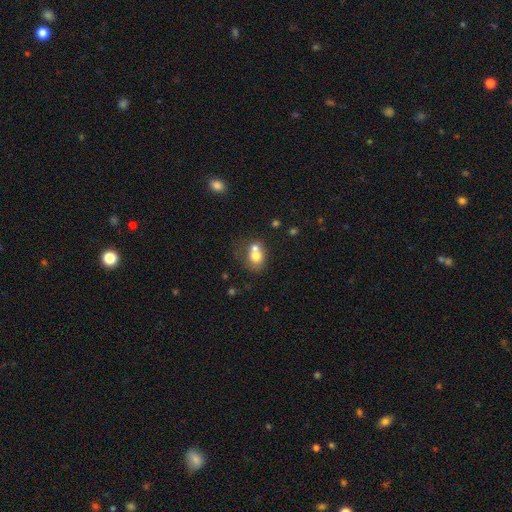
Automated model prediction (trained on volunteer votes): smooth_or_featured: smooth (p=0.70) [alt: featured or disk p=0.20]
how_rounded: round (p=0.57) [alt: in between p=0.42]
merging: merger (p=0.57) [alt: none p=0.28]